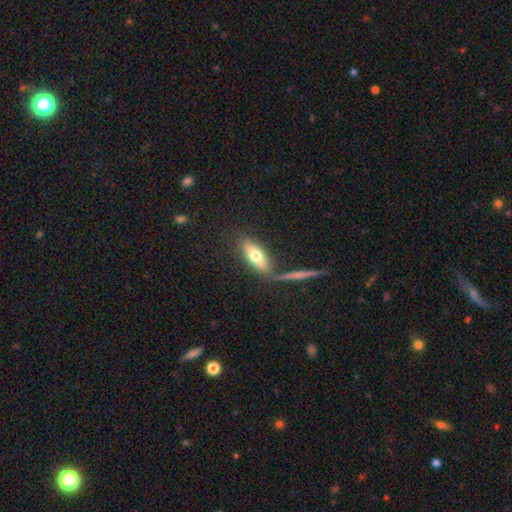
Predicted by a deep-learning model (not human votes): Smooth or featured?
  - smooth: 69% *
  - featured or disk: 23%
  - star or artifact: 8%
How rounded?
  - in between: 74% *
  - cigar-shaped: 22%
  - round: 4%
Merging?
  - none: 65% *
  - merger: 16%
  - minor disturbance: 13%
  - major disturbance: 5%